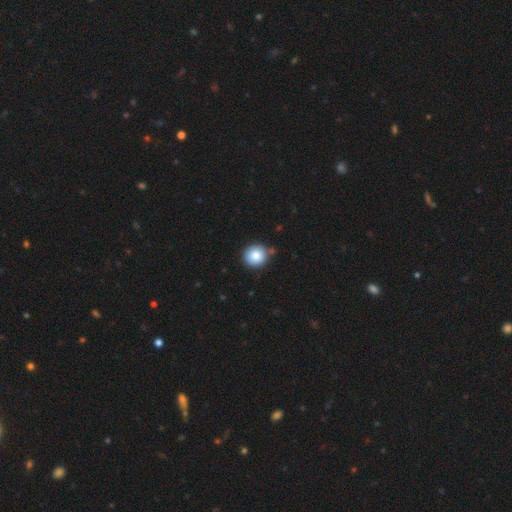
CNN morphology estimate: Q: Smooth or featured?
A: smooth (86%); runner-up: star or artifact (8%)
Q: How rounded?
A: round (92%); runner-up: in between (7%)
Q: Merging?
A: none (80%); runner-up: minor disturbance (13%)